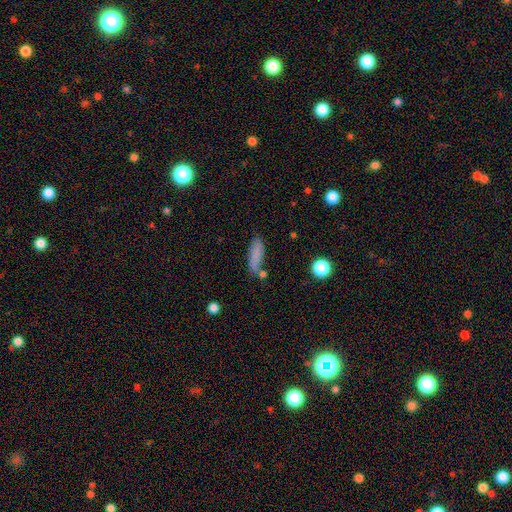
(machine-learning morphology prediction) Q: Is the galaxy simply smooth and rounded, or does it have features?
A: smooth — 80%.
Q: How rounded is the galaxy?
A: cigar-shaped — 52%.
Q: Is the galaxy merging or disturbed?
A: none — 66%.